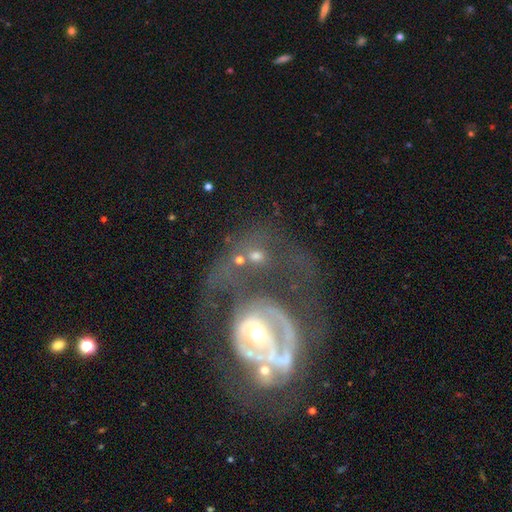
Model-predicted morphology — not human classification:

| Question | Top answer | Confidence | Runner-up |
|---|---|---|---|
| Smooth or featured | featured or disk | 63% | smooth (25%) |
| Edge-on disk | no | 95% | yes (5%) |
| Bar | no | 60% | weak (27%) |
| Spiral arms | yes | 60% | no (40%) |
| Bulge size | moderate | 60% | small (28%) |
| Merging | merger | 36% | major disturbance (34%) |